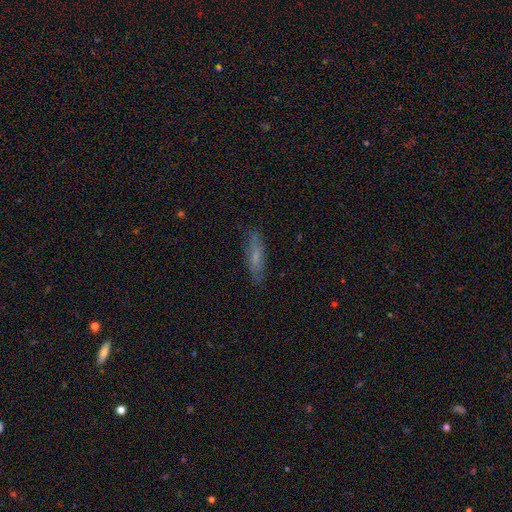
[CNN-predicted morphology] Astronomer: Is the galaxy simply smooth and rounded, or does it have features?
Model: smooth — 60%.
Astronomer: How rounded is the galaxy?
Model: cigar-shaped — 51% (runner-up: in between, 46%).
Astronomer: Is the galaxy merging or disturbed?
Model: none — 76%.